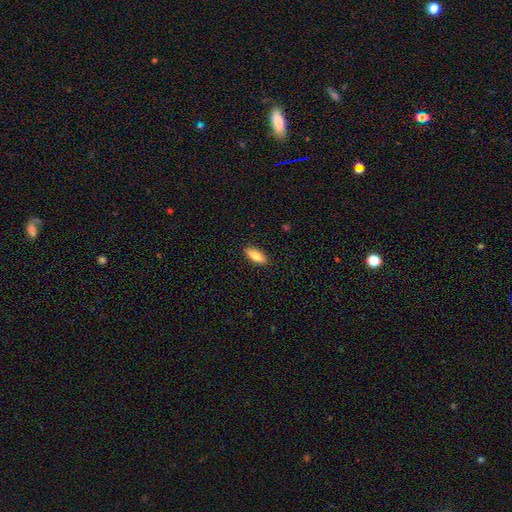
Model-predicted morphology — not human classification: Overall: smooth (82%). How rounded: in between (69%; cigar-shaped 29%). Merging: none (90%).